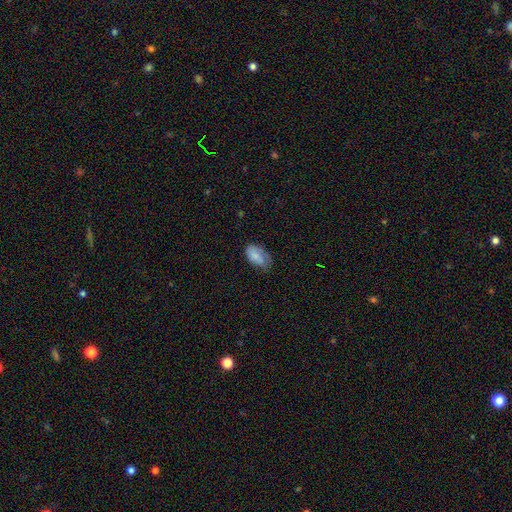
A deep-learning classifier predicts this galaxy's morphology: smooth_or_featured: smooth (p=0.75) [alt: featured or disk p=0.18]
how_rounded: in between (p=0.93) [alt: round p=0.04]
merging: none (p=0.47) [alt: minor disturbance p=0.37]